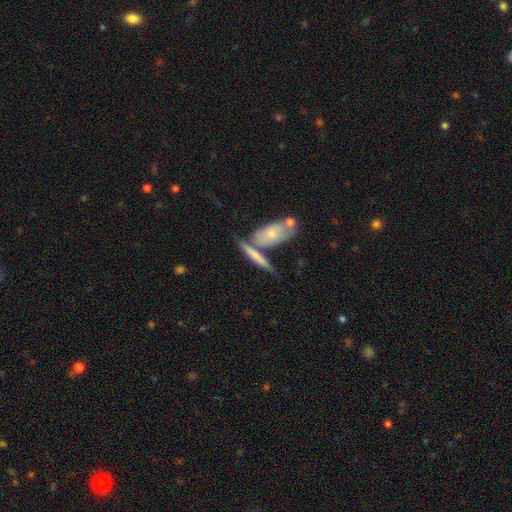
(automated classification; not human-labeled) smooth-or-featured: smooth: 58% | featured or disk: 36% | star or artifact: 6%
  how-rounded: cigar-shaped: 73% | in between: 23% | round: 4%
  merging: none: 50% | merger: 30% | minor disturbance: 15% | major disturbance: 5%